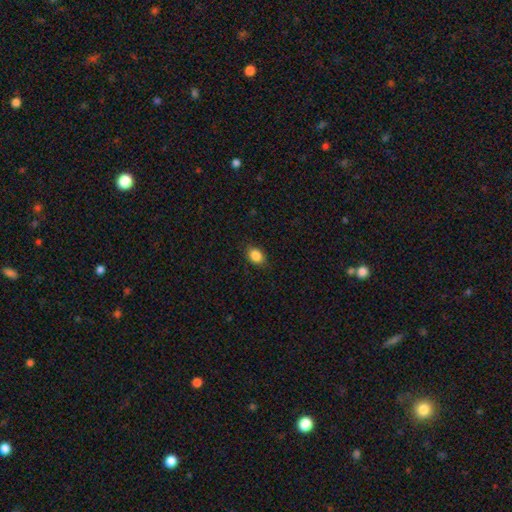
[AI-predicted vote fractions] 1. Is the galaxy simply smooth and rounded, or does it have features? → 86% smooth, 9% star or artifact, 5% featured or disk.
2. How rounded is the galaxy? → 68% in between, 30% round, 1% cigar-shaped.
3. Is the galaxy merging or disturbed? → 86% none, 11% minor disturbance, 3% major disturbance, 1% merger.